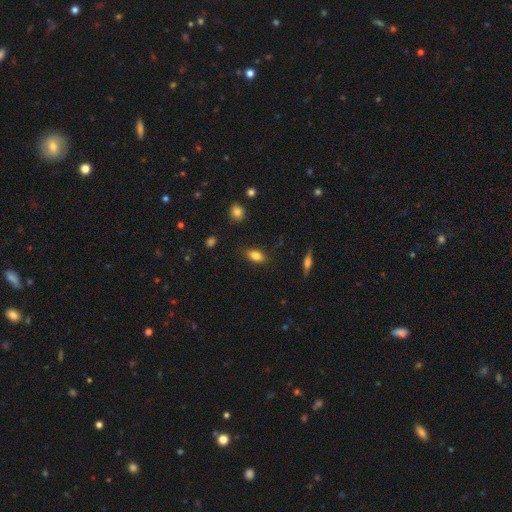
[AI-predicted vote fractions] A smooth galaxy with no disk features (80%) that is in between round and cigar-shaped (85%).

Vote fractions:
- Smooth or featured? smooth: 80% / featured or disk: 12% / star or artifact: 8%
- How rounded? in between: 85% / cigar-shaped: 9% / round: 7%
- Merging? none: 84% / minor disturbance: 12% / major disturbance: 3% / merger: 1%